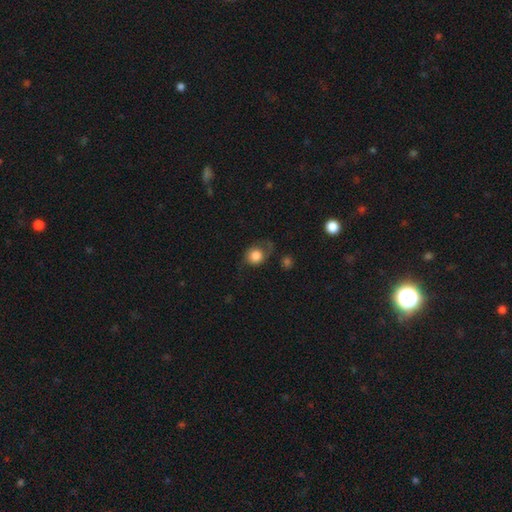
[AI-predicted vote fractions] smooth 77%, featured or disk 15%, star or artifact 8%. Down the decision tree: how rounded — round (72%); merging — none (49%).